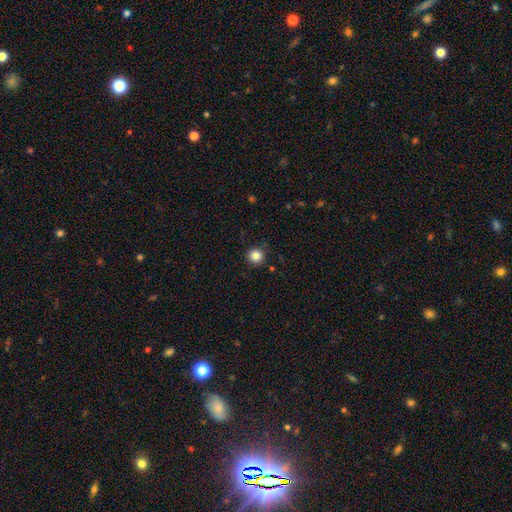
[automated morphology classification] Smooth or featured? smooth (84%)
How rounded? round (95%)
Merging? none (91%)